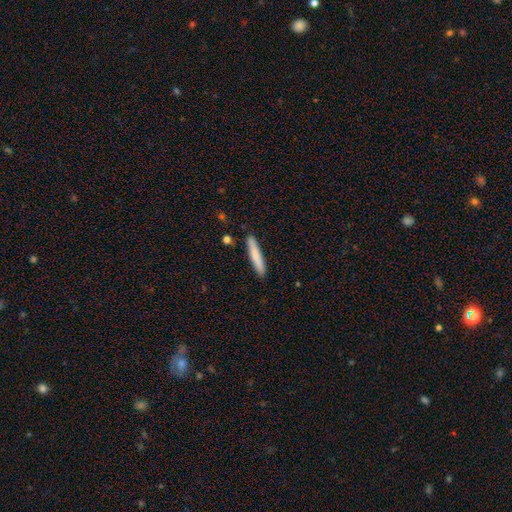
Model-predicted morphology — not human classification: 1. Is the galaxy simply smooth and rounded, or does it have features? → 78% smooth, 17% featured or disk, 6% star or artifact.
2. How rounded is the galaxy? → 93% cigar-shaped, 6% in between, 1% round.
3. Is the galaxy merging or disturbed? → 89% none, 8% minor disturbance, 2% merger, 2% major disturbance.